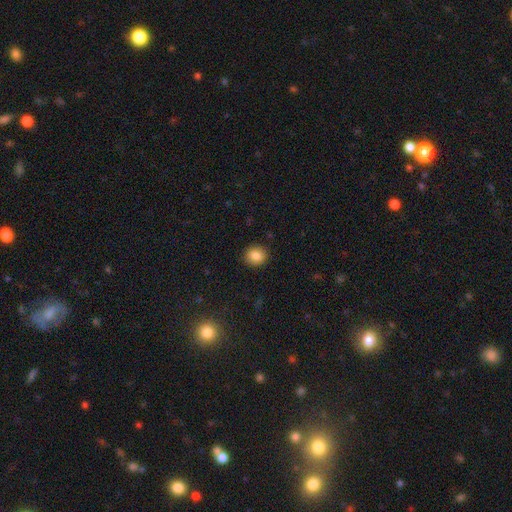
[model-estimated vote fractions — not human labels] Smooth or featured? Predicted: smooth (p=0.86). How rounded? Predicted: round (p=0.76). Merging? Predicted: none (p=0.90).